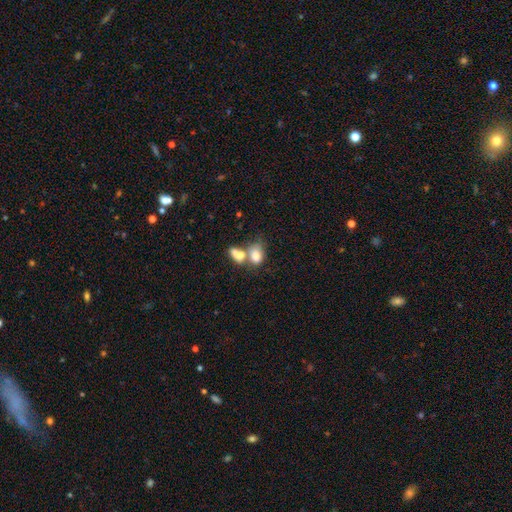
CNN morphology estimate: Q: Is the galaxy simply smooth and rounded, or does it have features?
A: smooth — 77%.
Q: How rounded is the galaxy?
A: in between — 75%.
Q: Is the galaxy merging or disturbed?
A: merger — 62%.